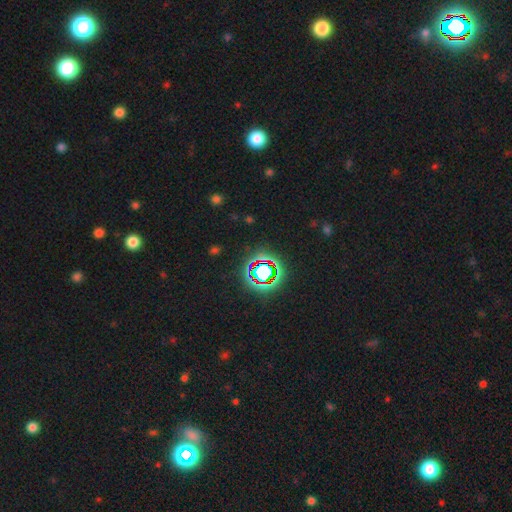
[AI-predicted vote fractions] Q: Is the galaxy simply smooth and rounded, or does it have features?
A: star or artifact — 77%.